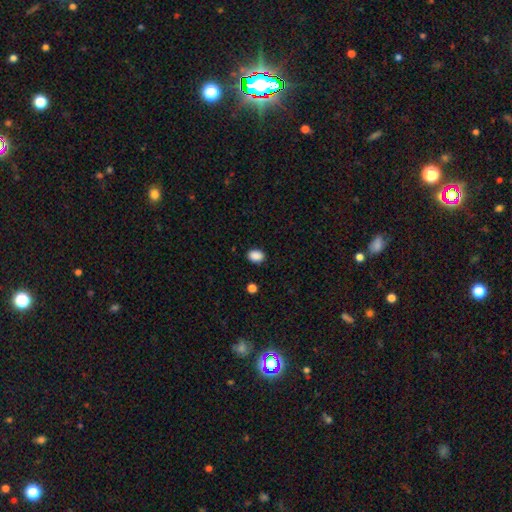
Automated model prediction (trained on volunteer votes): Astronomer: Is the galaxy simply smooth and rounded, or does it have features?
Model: smooth — 88%.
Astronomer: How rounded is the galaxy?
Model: in between — 74%.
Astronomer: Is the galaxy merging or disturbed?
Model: none — 87%.